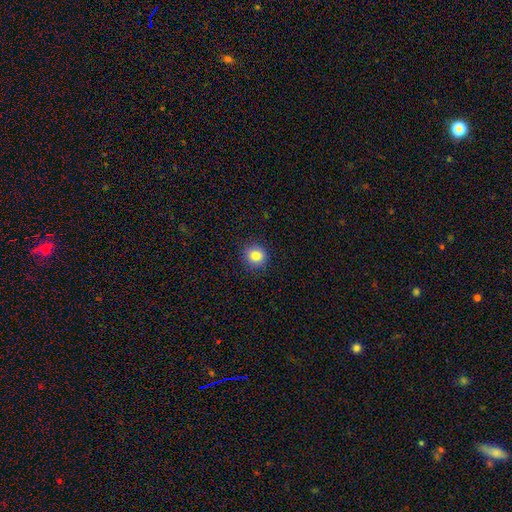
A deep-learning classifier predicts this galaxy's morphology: A smooth galaxy with no disk features (84%) that is round (88%). Merging: none (88%).